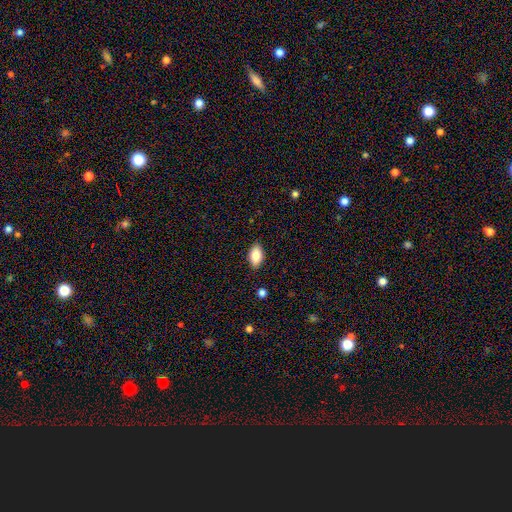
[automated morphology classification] smooth-or-featured: smooth: 82% | featured or disk: 10% | star or artifact: 7%
  how-rounded: in between: 92% | round: 4% | cigar-shaped: 4%
  merging: none: 88% | minor disturbance: 9% | major disturbance: 2% | merger: 1%